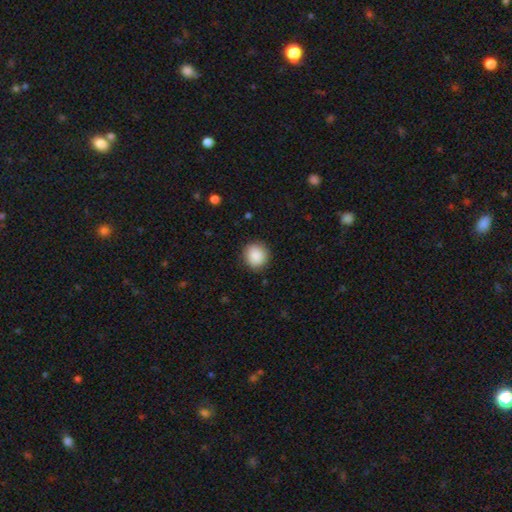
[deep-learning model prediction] Smooth or featured? Predicted: smooth (p=0.89). How rounded? Predicted: round (p=0.86). Merging? Predicted: none (p=0.88).